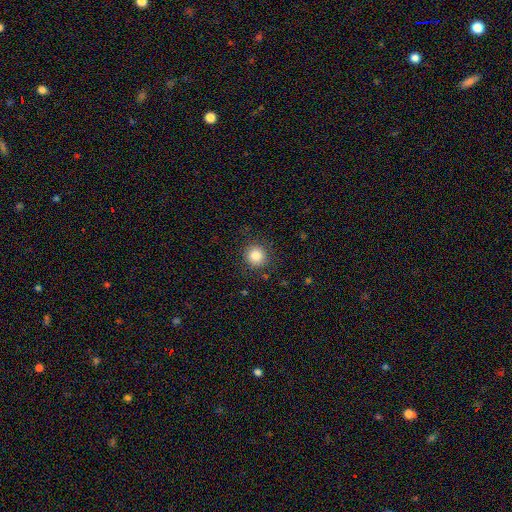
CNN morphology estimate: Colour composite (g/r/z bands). It shows a smooth galaxy with no disk features (84%) that is round (93%). Merging: none (89%).